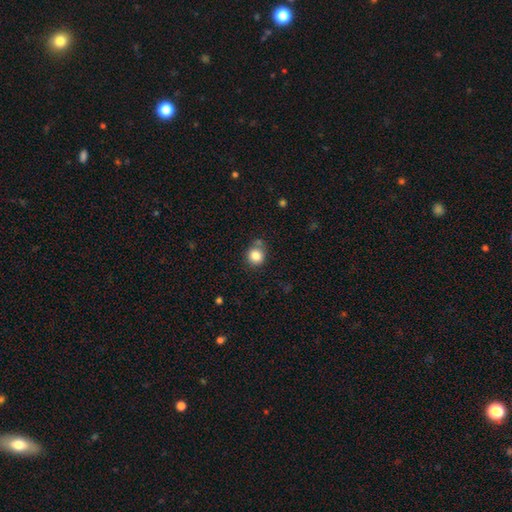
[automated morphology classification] A smooth galaxy with no disk features (84%) that is round (84%).

Vote fractions:
- Smooth or featured? smooth: 84% / star or artifact: 10% / featured or disk: 6%
- How rounded? round: 84% / in between: 15% / cigar-shaped: 1%
- Merging? none: 70% / minor disturbance: 16% / merger: 10% / major disturbance: 4%